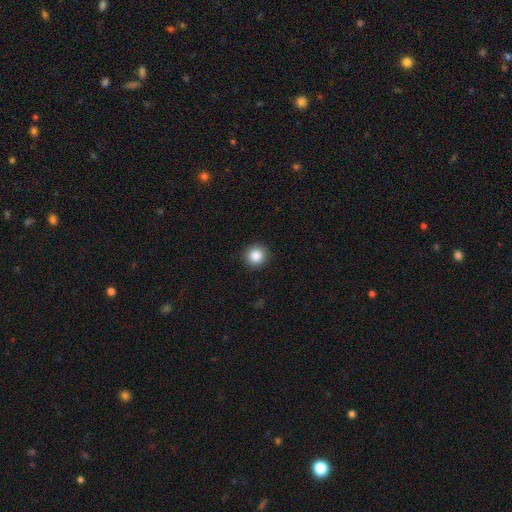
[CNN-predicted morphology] smooth-or-featured: smooth: 87% | star or artifact: 9% | featured or disk: 4%
  how-rounded: round: 94% | in between: 5% | cigar-shaped: 1%
  merging: none: 92% | minor disturbance: 5% | major disturbance: 2% | merger: 1%